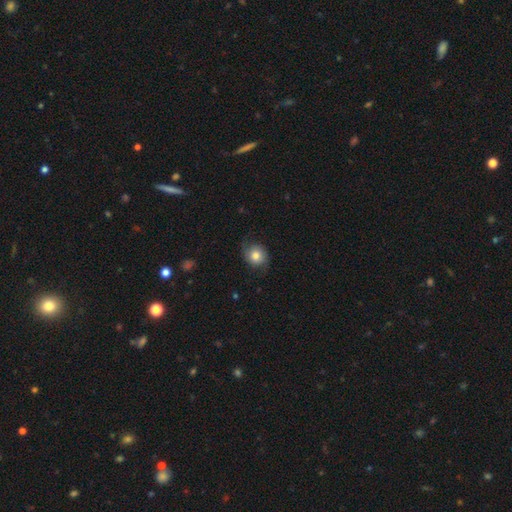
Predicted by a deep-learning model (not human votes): A smooth galaxy with no disk features (66%) that is round (77%).

Vote fractions:
- Smooth or featured? smooth: 66% / featured or disk: 26% / star or artifact: 8%
- How rounded? round: 77% / in between: 22% / cigar-shaped: 1%
- Merging? none: 71% / minor disturbance: 20% / major disturbance: 8% / merger: 1%